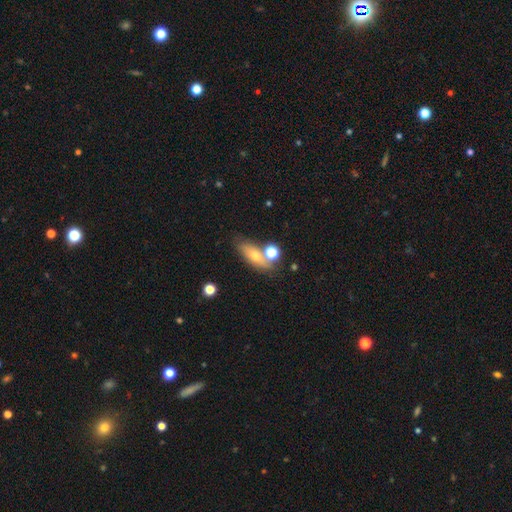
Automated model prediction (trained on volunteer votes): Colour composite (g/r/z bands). It shows a smooth galaxy with no disk features (63%) that is in between round and cigar-shaped (64%). Merging: none (57%).